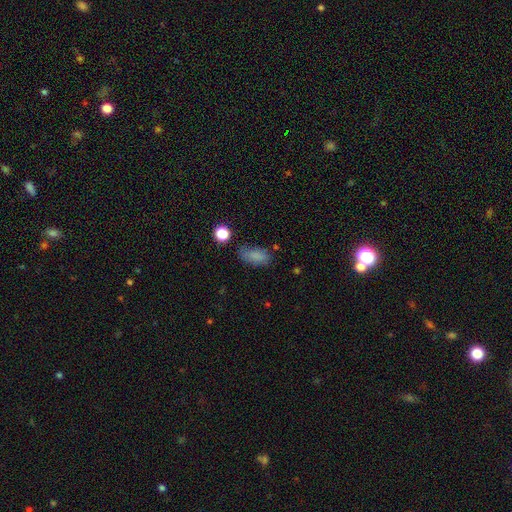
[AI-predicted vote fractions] smooth_or_featured: smooth (p=0.81) [alt: star or artifact p=0.12]
how_rounded: in between (p=0.87) [alt: cigar-shaped p=0.07]
merging: none (p=0.67) [alt: minor disturbance p=0.22]